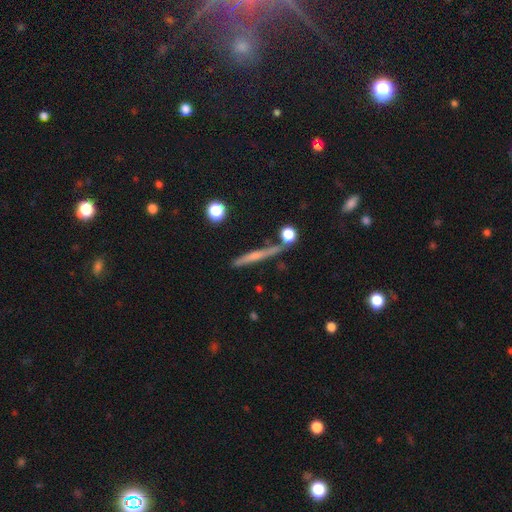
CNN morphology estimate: Q: Smooth or featured?
A: featured or disk (50%); runner-up: smooth (41%)
Q: Edge-on disk?
A: yes (95%); runner-up: no (5%)
Q: Merging?
A: none (78%); runner-up: minor disturbance (12%)